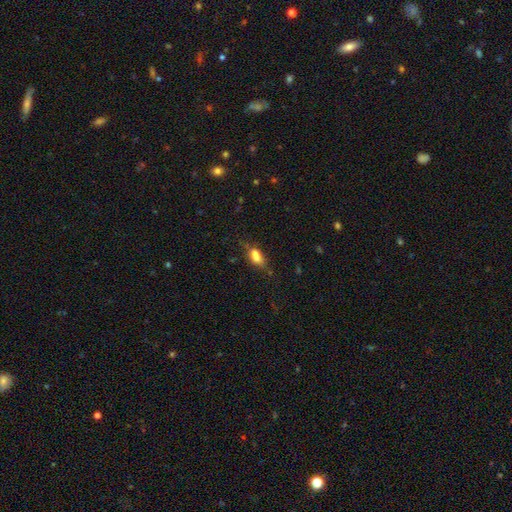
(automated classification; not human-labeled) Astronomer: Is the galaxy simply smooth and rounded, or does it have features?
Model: smooth — 72%.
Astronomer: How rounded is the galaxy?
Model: in between — 76%.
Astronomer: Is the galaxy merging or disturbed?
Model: none — 52% (runner-up: minor disturbance, 27%).